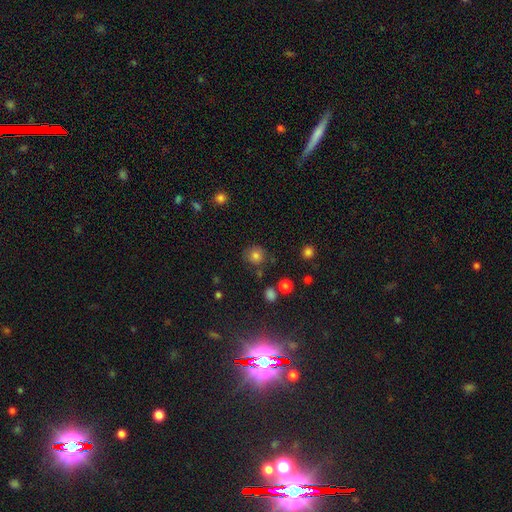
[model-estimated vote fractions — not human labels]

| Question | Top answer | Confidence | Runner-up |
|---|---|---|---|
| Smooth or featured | smooth | 79% | star or artifact (13%) |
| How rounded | round | 89% | in between (10%) |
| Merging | none | 78% | minor disturbance (13%) |